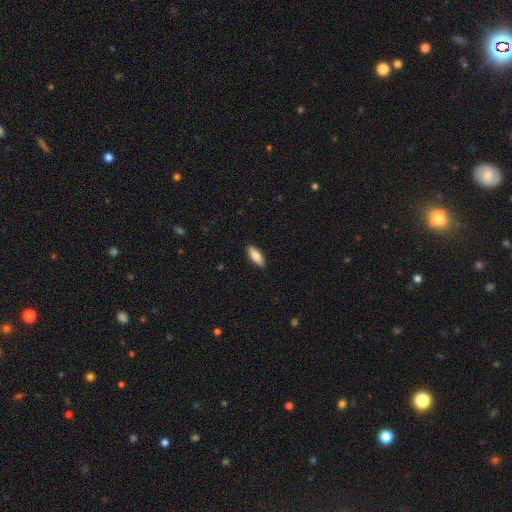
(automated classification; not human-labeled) Overall: smooth (85%). How rounded: in between (65%; cigar-shaped 33%). Merging: none (89%).